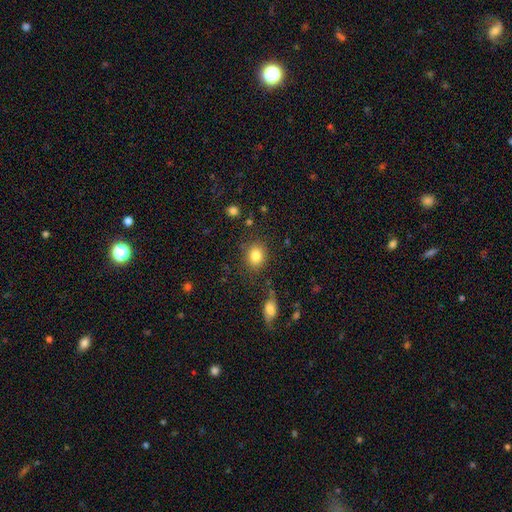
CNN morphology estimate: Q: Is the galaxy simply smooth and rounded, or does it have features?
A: smooth — 83%.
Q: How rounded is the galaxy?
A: round — 66%.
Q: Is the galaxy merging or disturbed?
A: none — 83%.